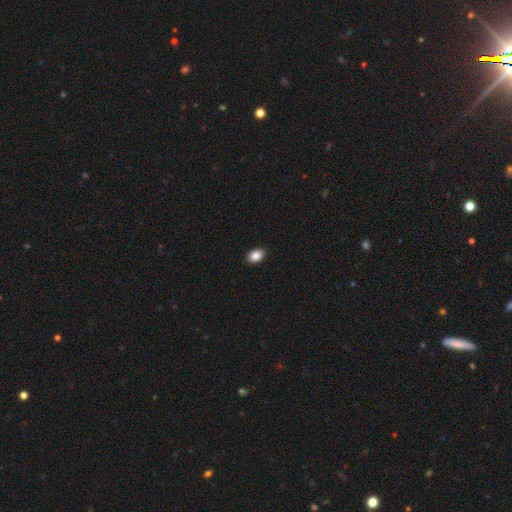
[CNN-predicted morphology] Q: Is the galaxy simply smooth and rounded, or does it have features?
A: smooth — 87%.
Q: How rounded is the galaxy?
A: in between — 80%.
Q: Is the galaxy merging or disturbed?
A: none — 91%.